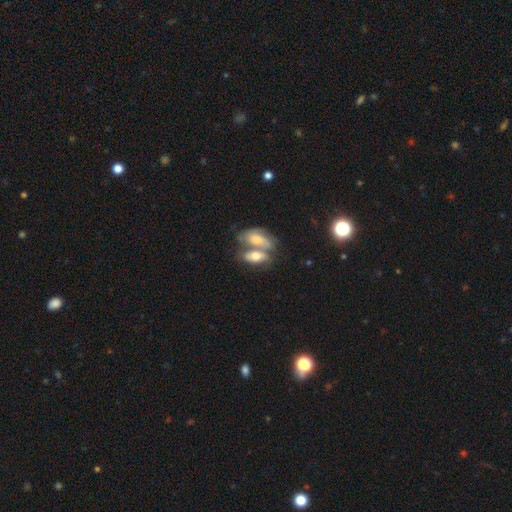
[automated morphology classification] smooth-or-featured: smooth: 59% | featured or disk: 34% | star or artifact: 7%
  how-rounded: in between: 85% | cigar-shaped: 9% | round: 5%
  merging: merger: 63% | none: 23% | minor disturbance: 9% | major disturbance: 5%